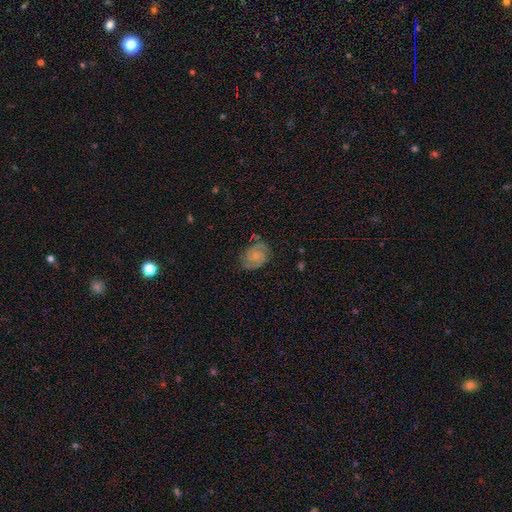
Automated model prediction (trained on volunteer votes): smooth_or_featured: featured or disk (p=0.80) [alt: smooth p=0.13]
disk_edge_on: no (p=0.98) [alt: yes p=0.02]
bar: no (p=0.66) [alt: weak p=0.30]
has_spiral_arms: yes (p=0.97) [alt: no p=0.03]
spiral_winding: tight (p=0.53) [alt: medium p=0.39]
spiral_arm_count: 2 (p=0.83) [alt: can't tell p=0.06]
bulge_size: small (p=0.60) [alt: moderate p=0.23]
merging: none (p=0.78) [alt: minor disturbance p=0.16]